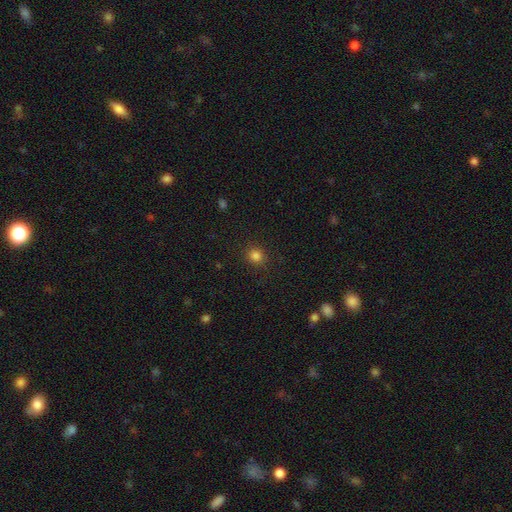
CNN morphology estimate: This is clearly a smooth galaxy (83%). How rounded: clearly round (87%). Merging: clearly none (89%).